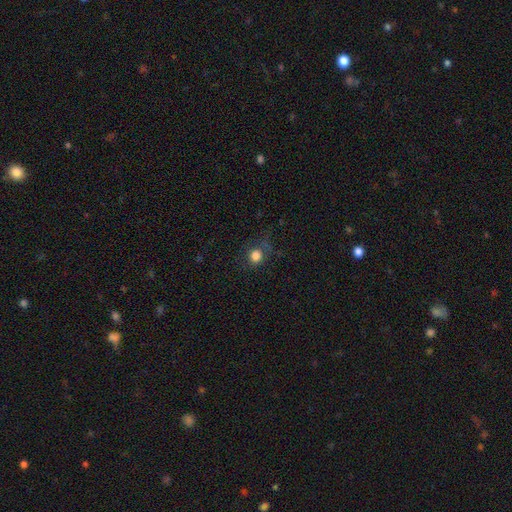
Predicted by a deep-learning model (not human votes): smooth 81%, star or artifact 14%, featured or disk 5%. Down the decision tree: how rounded — round (81%); merging — none (75%).